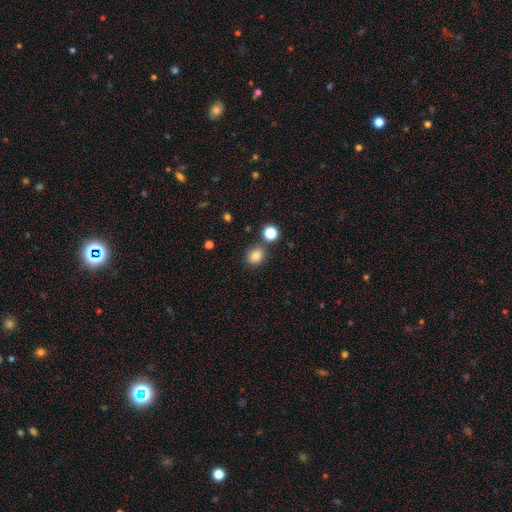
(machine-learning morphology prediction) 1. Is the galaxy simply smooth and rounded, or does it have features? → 84% smooth, 12% star or artifact, 5% featured or disk.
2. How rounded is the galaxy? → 64% round, 35% in between, 1% cigar-shaped.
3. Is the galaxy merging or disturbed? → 77% none, 11% minor disturbance, 9% merger, 3% major disturbance.